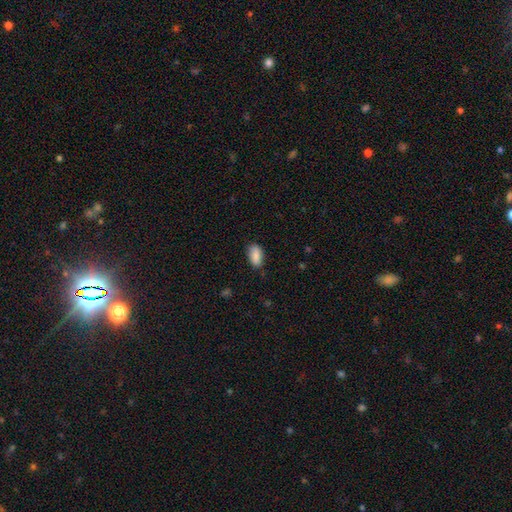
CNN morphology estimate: smooth-or-featured: smooth: 87% | star or artifact: 7% | featured or disk: 6%
  how-rounded: in between: 92% | cigar-shaped: 5% | round: 4%
  merging: none: 80% | minor disturbance: 16% | major disturbance: 3% | merger: 1%